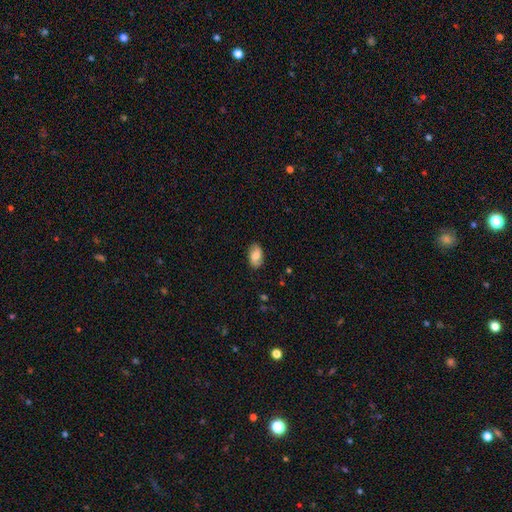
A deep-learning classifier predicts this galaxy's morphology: A smooth galaxy with no disk features (66%) that is in between round and cigar-shaped (91%). Merging: none (84%).